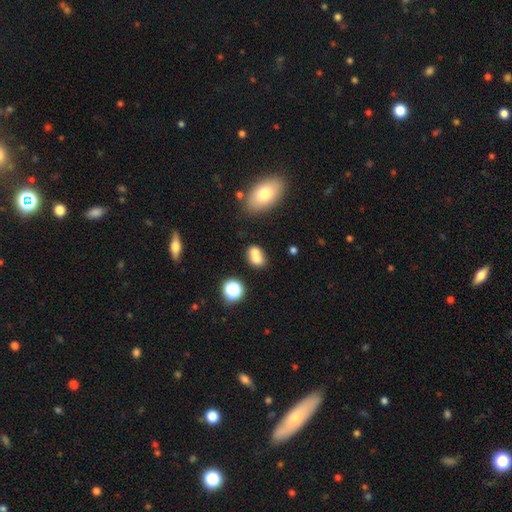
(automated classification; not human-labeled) smooth-or-featured: smooth: 71% | featured or disk: 17% | star or artifact: 12%
  how-rounded: in between: 61% | round: 38% | cigar-shaped: 2%
  merging: merger: 55% | none: 31% | minor disturbance: 10% | major disturbance: 5%